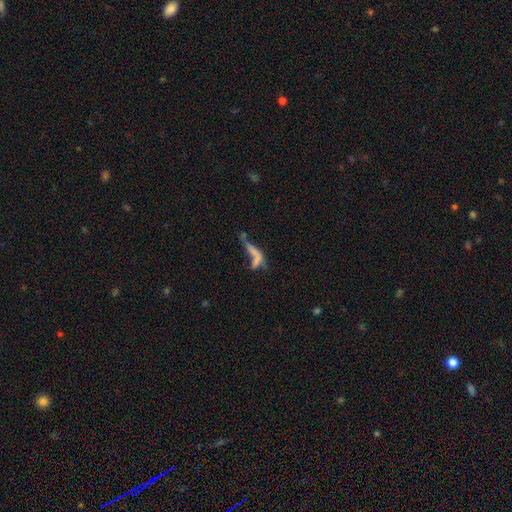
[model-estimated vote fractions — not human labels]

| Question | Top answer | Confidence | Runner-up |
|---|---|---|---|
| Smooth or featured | smooth | 45% | featured or disk (40%) |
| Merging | merger | 34% | major disturbance (33%) |